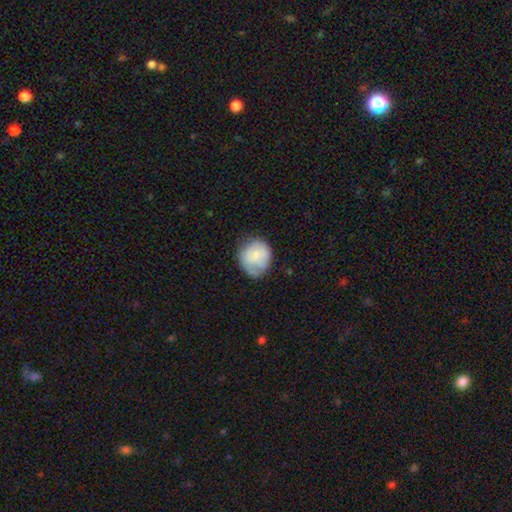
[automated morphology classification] This is likely a smooth galaxy (72%). How rounded: likely round (77%). Merging: possibly none (51%).